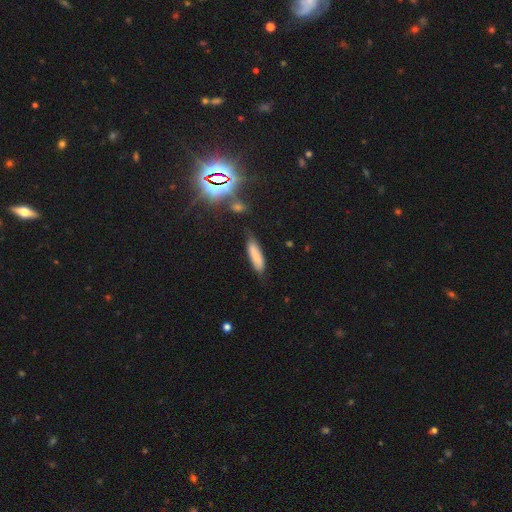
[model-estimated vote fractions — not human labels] Q: Smooth or featured?
A: smooth (81%); runner-up: featured or disk (11%)
Q: How rounded?
A: cigar-shaped (65%); runner-up: in between (34%)
Q: Merging?
A: none (70%); runner-up: minor disturbance (22%)